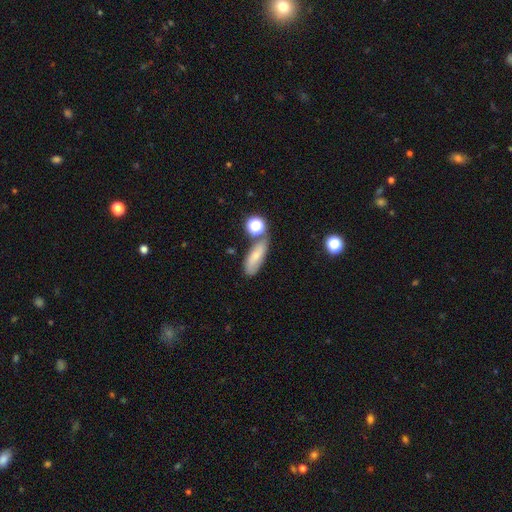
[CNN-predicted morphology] Smooth or featured? Predicted: smooth (p=0.65). How rounded? Predicted: in between (p=0.67). Merging? Predicted: none (p=0.58).